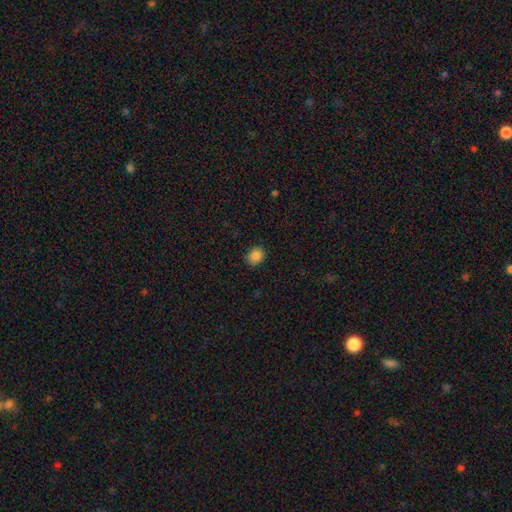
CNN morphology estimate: A smooth galaxy with no disk features (85%) that is round (61%). Merging: none (89%).